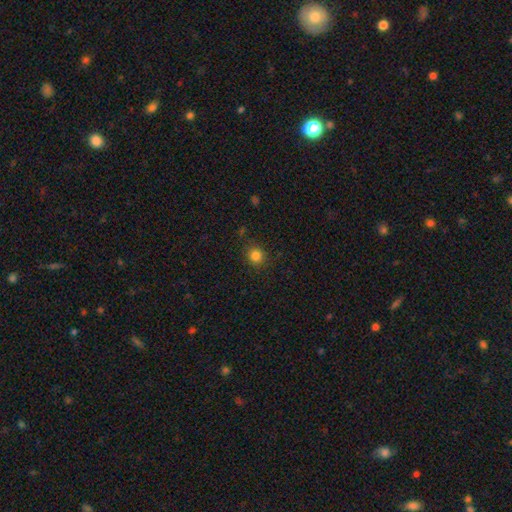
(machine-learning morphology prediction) A smooth galaxy with no disk features (83%) that is round (88%).

Vote fractions:
- Smooth or featured? smooth: 83% / star or artifact: 13% / featured or disk: 4%
- How rounded? round: 88% / in between: 11% / cigar-shaped: 1%
- Merging? none: 87% / minor disturbance: 9% / major disturbance: 3% / merger: 2%